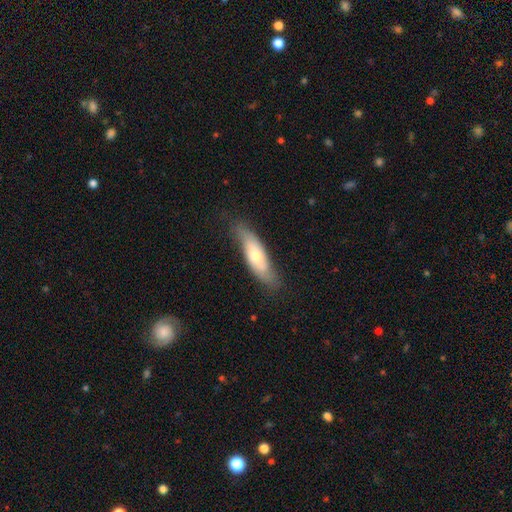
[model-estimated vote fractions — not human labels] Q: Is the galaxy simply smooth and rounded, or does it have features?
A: smooth — 54%.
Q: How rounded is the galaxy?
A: in between — 53%.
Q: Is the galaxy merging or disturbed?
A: none — 71%.